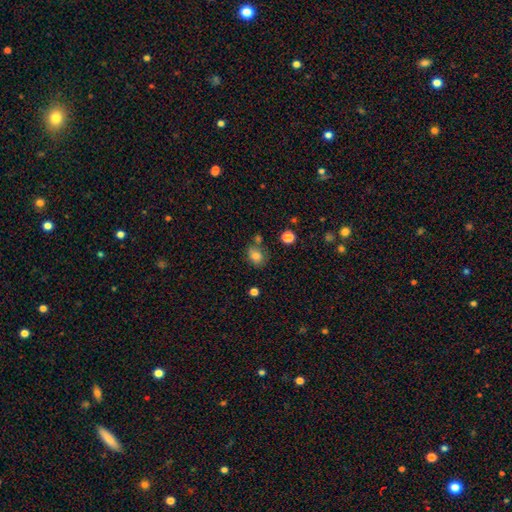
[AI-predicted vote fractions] A smooth galaxy with no disk features (81%) that is in between round and cigar-shaped (51%). Merging: none (64%).